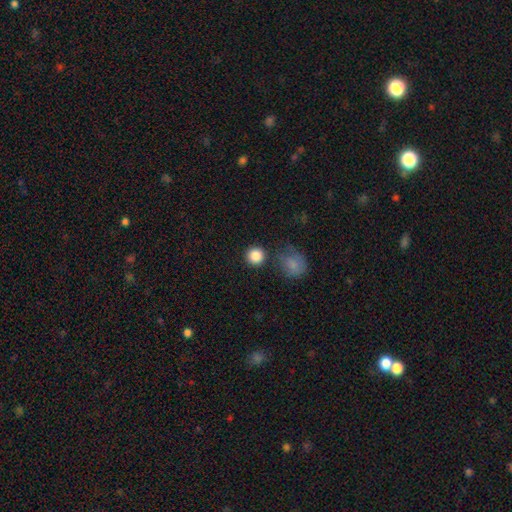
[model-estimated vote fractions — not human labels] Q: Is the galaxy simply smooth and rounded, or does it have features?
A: smooth — 86%.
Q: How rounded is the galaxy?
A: round — 94%.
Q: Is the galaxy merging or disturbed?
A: none — 83%.